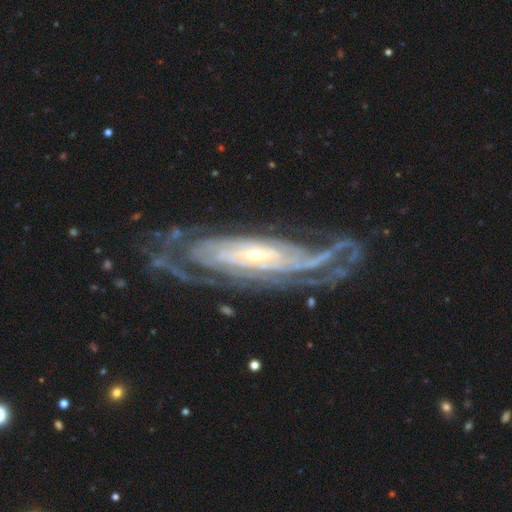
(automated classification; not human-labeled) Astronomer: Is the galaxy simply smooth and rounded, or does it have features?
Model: featured or disk — 89%.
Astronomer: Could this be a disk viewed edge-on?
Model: no — 85%.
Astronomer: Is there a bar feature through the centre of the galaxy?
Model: no — 60%.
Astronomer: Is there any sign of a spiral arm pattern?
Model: yes — 96%.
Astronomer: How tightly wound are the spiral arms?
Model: tight — 70%.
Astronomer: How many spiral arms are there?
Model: can't tell — 35% (runner-up: 4, 16%).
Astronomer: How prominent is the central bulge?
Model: small — 70%.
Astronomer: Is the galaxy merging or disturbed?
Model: none — 71%.